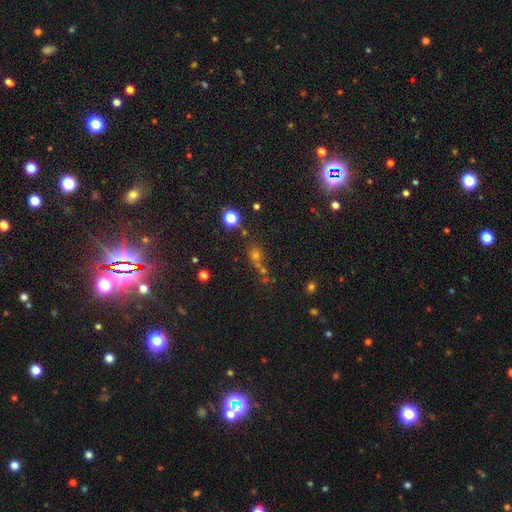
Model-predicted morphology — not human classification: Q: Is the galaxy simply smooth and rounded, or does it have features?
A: smooth — 47%.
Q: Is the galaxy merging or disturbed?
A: none — 58%.